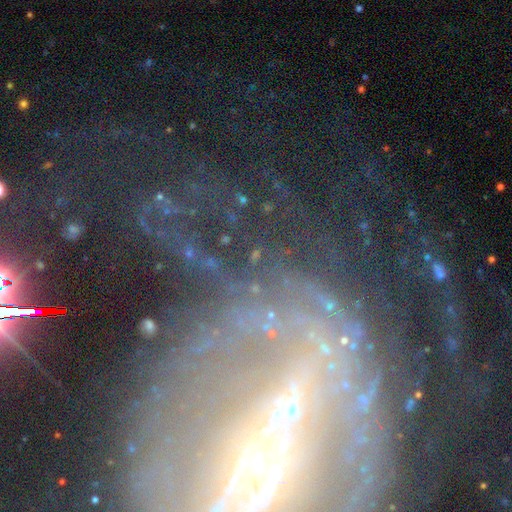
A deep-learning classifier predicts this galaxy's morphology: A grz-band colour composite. It shows a featured or disk galaxy (59%) with no bar (42%), spiral arms (78%) and a small central bulge (62%). Merging: none (59%).